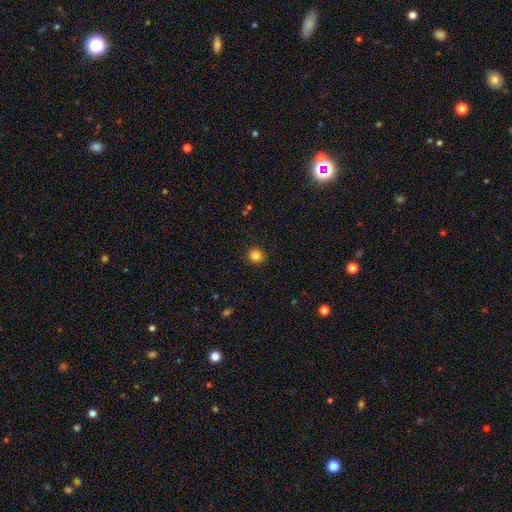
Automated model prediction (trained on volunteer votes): The model was most divided on "smooth or featured": smooth: 84%, star or artifact: 12%, featured or disk: 4%. More confident: merging — none (92%); how rounded — round (88%).